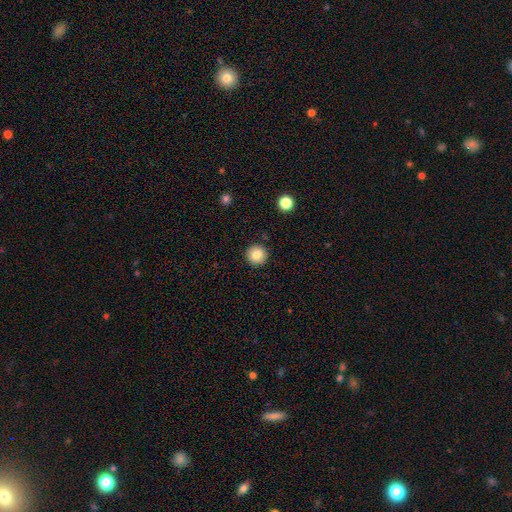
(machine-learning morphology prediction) Overall: smooth (84%). How rounded: round (96%). Merging: none (91%).